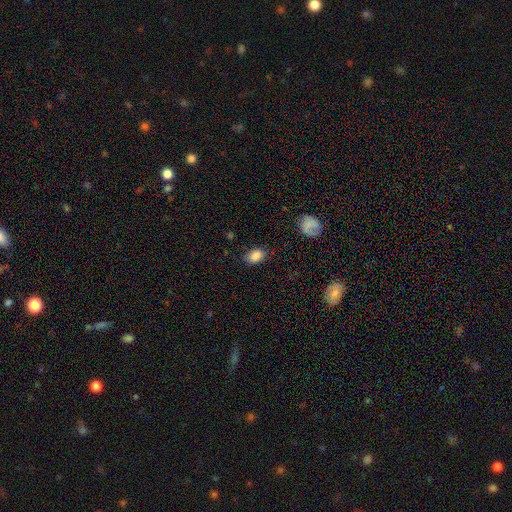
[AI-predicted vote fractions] A smooth galaxy with no disk features (85%) that is in between round and cigar-shaped (80%). Merging: none (81%).